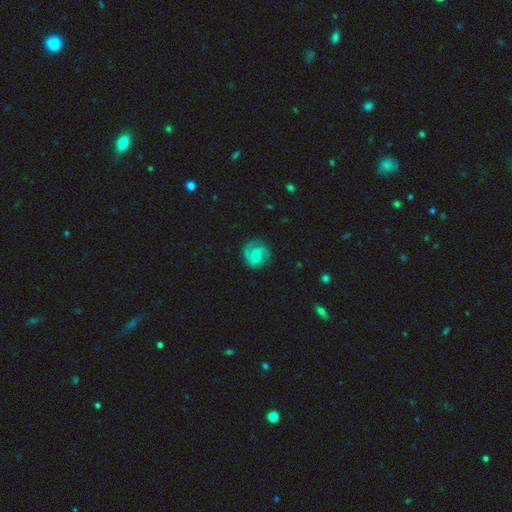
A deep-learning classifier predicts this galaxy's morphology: Smooth or featured? Predicted: featured or disk (p=0.77). Edge-on disk? Predicted: no (p=0.98). Bar? Predicted: no (p=0.46). Spiral arms? Predicted: yes (p=0.96). Spiral winding? Predicted: medium (p=0.48). Spiral arm count? Predicted: 2 (p=0.69). Bulge size? Predicted: small (p=0.52). Merging? Predicted: none (p=0.76).